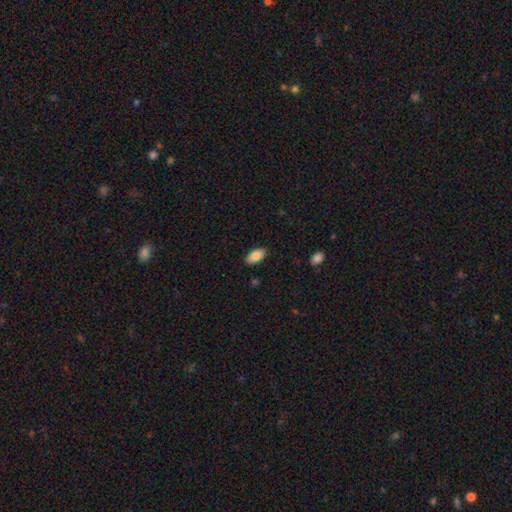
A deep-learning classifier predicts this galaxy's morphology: Q: Smooth or featured?
A: smooth (84%); runner-up: featured or disk (9%)
Q: How rounded?
A: in between (94%); runner-up: round (3%)
Q: Merging?
A: none (87%); runner-up: minor disturbance (10%)